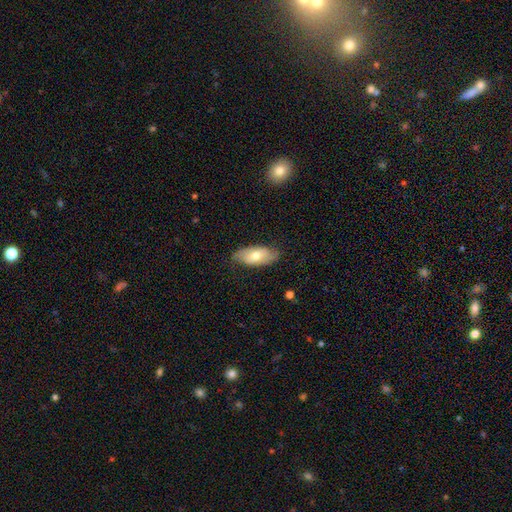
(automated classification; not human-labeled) The model was most divided on "smooth or featured": smooth: 62%, featured or disk: 33%, star or artifact: 6%. More confident: how rounded — in between (89%); merging — none (76%).